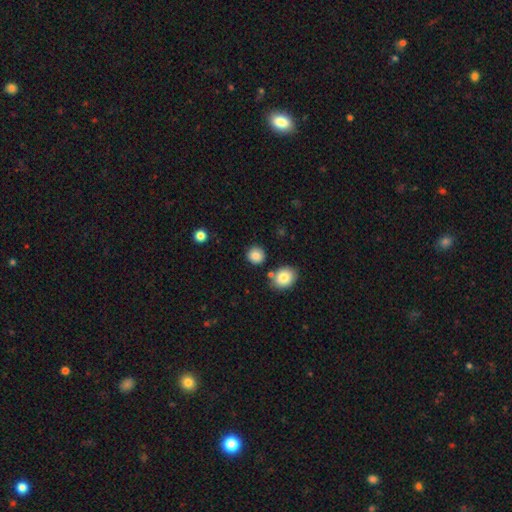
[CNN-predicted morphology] This is clearly a smooth galaxy (86%). How rounded: clearly round (88%). Merging: clearly none (84%).